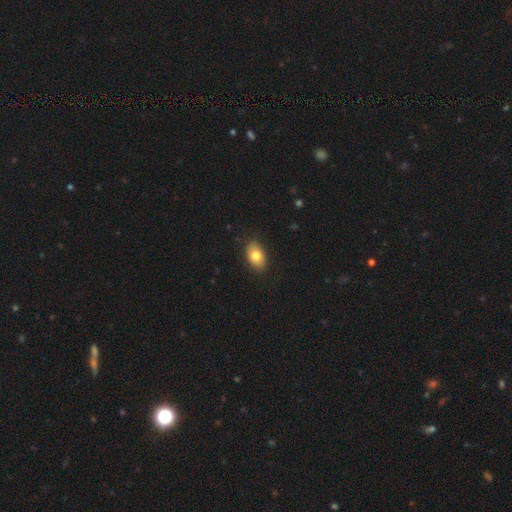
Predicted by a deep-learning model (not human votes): smooth-or-featured: smooth: 81% | featured or disk: 11% | star or artifact: 7%
  how-rounded: in between: 89% | round: 10% | cigar-shaped: 1%
  merging: none: 85% | minor disturbance: 12% | major disturbance: 2% | merger: 1%